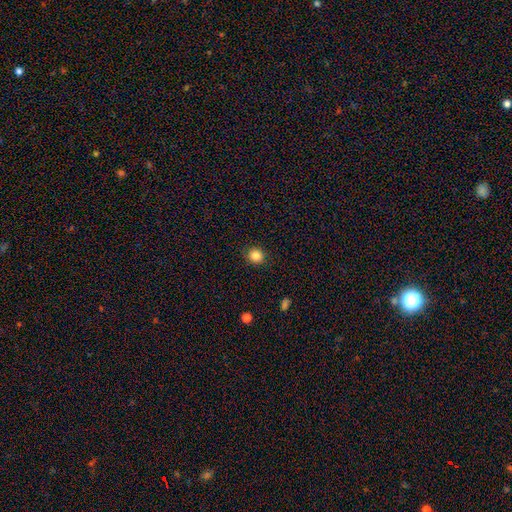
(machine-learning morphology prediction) This is clearly a smooth galaxy (84%). How rounded: clearly round (87%). Merging: clearly none (90%).